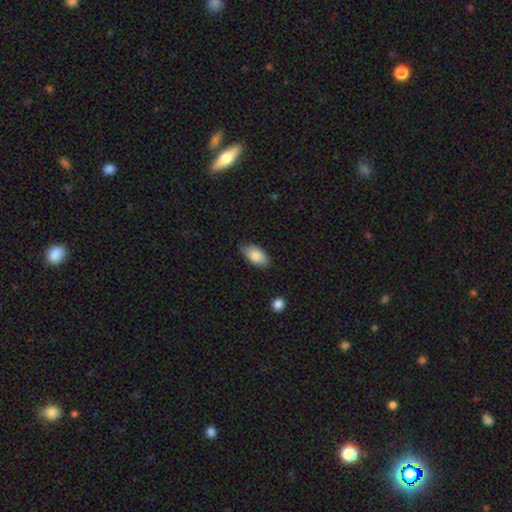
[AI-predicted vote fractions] smooth 83%, featured or disk 10%, star or artifact 7%. Down the decision tree: how rounded — in between (93%); merging — none (80%).